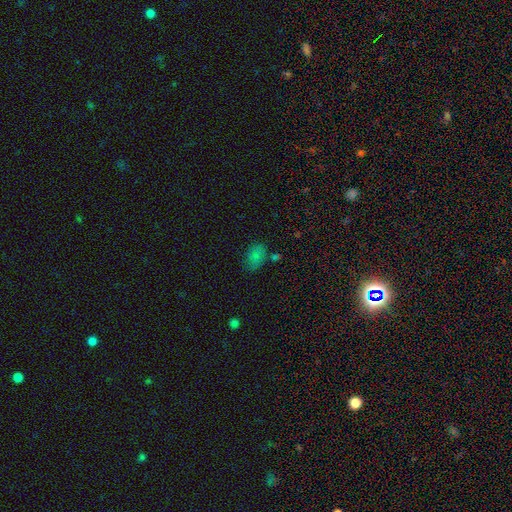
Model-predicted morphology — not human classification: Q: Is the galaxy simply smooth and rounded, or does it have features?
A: smooth — 77%.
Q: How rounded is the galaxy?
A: in between — 84%.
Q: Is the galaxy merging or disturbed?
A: none — 62%.